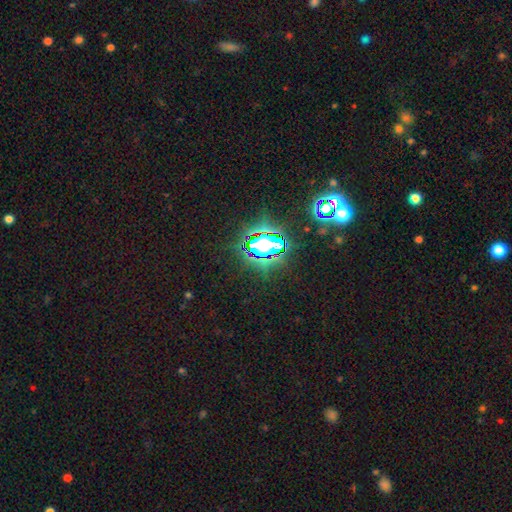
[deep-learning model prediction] A star or artifact, not a galaxy (74%).